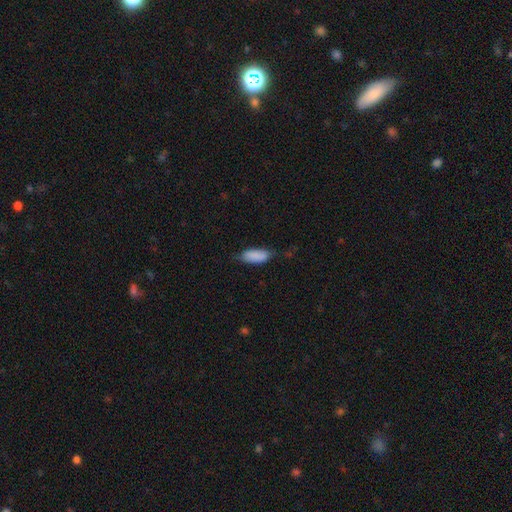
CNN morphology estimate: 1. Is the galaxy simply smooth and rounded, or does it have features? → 87% smooth, 7% featured or disk, 6% star or artifact.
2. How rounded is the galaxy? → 83% in between, 15% cigar-shaped, 2% round.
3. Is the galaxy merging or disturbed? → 60% none, 30% minor disturbance, 7% major disturbance, 2% merger.